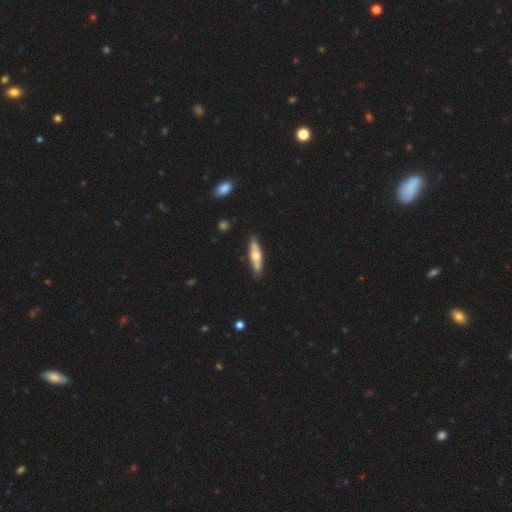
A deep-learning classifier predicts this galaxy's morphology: type=smooth (49%); merging=none (86%).